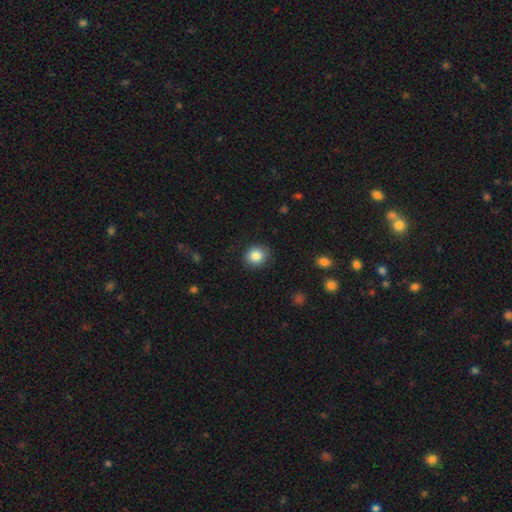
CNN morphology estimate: smooth 85%, star or artifact 9%, featured or disk 6%. Down the decision tree: how rounded — round (73%); merging — none (87%).